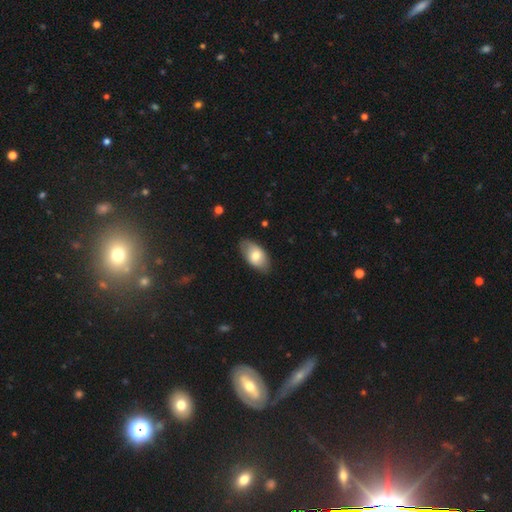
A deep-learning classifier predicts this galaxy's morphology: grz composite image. It shows a smooth galaxy with no disk features (70%) that is in between round and cigar-shaped (93%). Merging: none (80%).